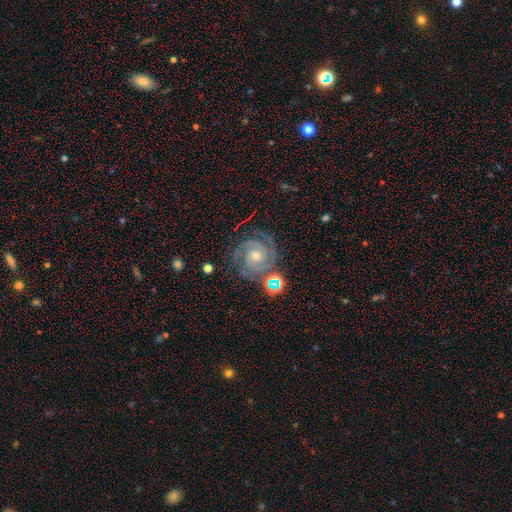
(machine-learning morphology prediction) Smooth or featured? featured or disk (88%)
Edge-on disk? no (98%)
Bar? no (74%)
Spiral arms? yes (98%)
Spiral winding? tight (76%)
Spiral arm count? 3 (36%)
Bulge size? moderate (51%)
Merging? none (74%)